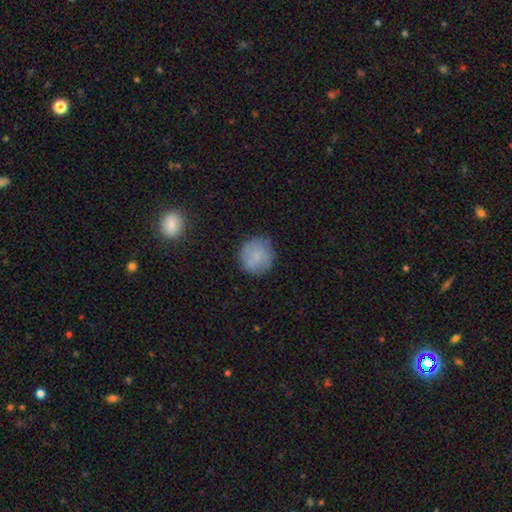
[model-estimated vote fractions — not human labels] smooth 80%, featured or disk 12%, star or artifact 8%. Down the decision tree: how rounded — round (93%); merging — none (79%).